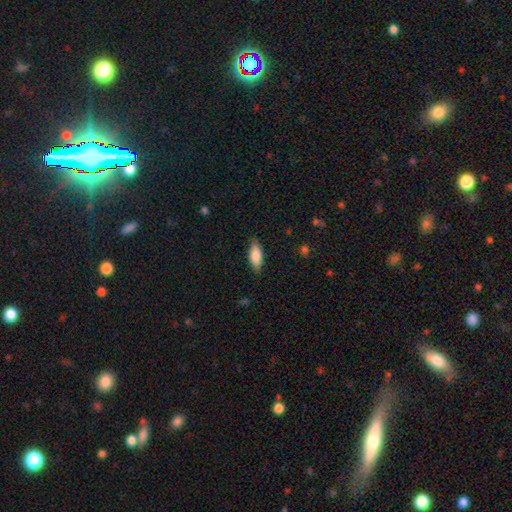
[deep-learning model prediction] The model was most divided on "how rounded": in between: 76%, cigar-shaped: 22%, round: 2%. More confident: smooth or featured — smooth (84%); merging — none (84%).